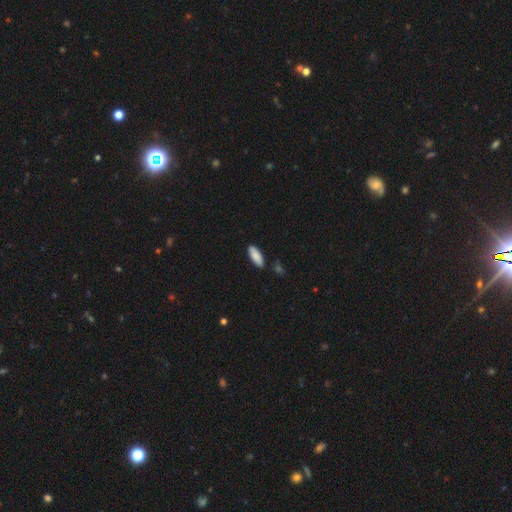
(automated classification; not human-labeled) Morphology: type=smooth (87%); roundness=in between (70%); merging=none (83%).